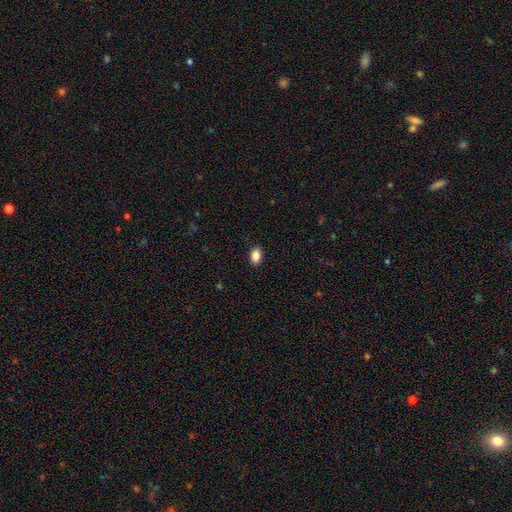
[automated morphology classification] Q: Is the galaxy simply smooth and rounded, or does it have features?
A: smooth — 88%.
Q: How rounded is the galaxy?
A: in between — 87%.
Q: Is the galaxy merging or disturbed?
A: none — 89%.